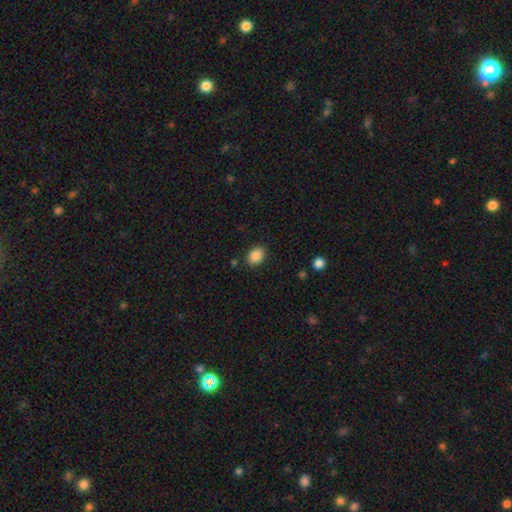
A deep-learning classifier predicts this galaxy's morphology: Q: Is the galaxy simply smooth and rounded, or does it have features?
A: smooth — 87%.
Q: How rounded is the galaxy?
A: in between — 75%.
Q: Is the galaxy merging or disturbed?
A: none — 86%.